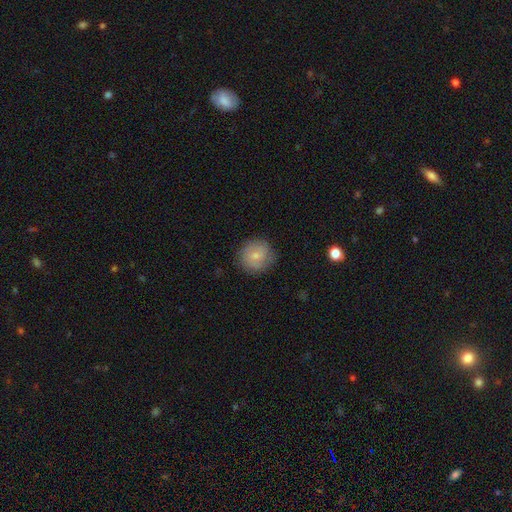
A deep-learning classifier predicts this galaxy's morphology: smooth-or-featured: smooth: 67% | featured or disk: 26% | star or artifact: 7%
  how-rounded: round: 91% | in between: 8% | cigar-shaped: 1%
  merging: none: 83% | minor disturbance: 13% | major disturbance: 3% | merger: 1%